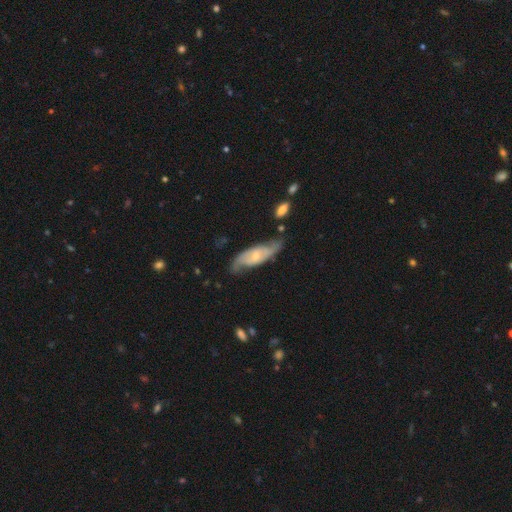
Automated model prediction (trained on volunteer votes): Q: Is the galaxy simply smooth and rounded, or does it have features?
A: featured or disk — 72%.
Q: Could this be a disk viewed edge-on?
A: no — 85%.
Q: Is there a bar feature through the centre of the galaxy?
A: no — 60%.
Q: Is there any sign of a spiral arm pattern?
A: yes — 90%.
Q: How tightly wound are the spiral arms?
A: medium — 40%.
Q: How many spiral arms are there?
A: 2 — 82%.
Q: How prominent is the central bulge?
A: small — 62%.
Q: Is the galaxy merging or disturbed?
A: none — 68%.